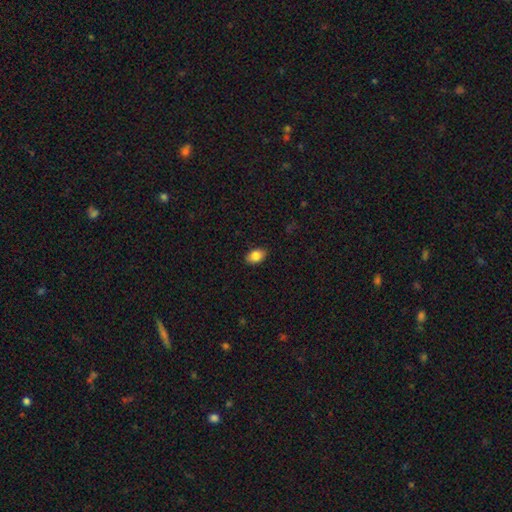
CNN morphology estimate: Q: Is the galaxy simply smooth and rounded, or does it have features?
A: smooth — 85%.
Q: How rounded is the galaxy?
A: in between — 86%.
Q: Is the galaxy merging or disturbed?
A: none — 88%.